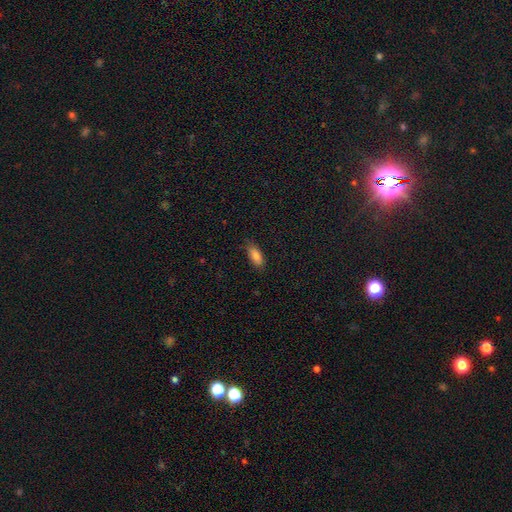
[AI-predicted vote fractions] This appears to be a smooth galaxy with no disk features (82%) that is in between round and cigar-shaped (82%). Merging: none (83%).